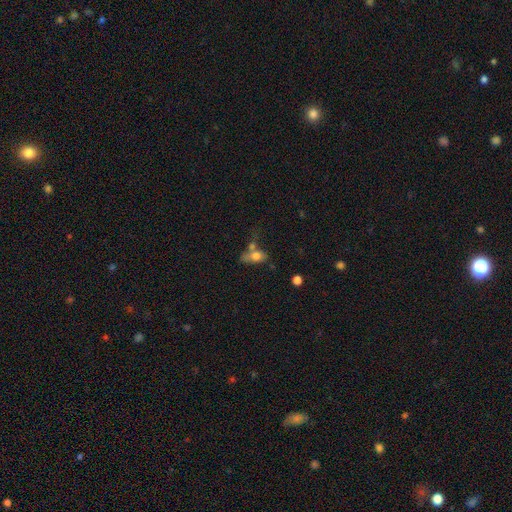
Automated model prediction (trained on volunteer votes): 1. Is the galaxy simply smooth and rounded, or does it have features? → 67% smooth, 21% featured or disk, 11% star or artifact.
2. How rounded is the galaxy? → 76% in between, 14% round, 10% cigar-shaped.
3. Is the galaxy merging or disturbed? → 37% merger, 30% none, 17% minor disturbance, 15% major disturbance.